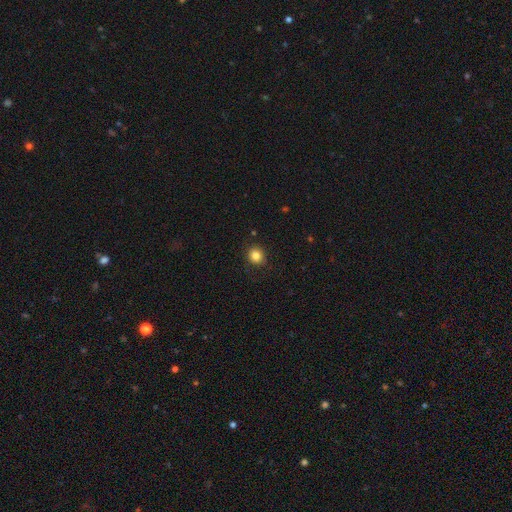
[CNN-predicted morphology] Smooth or featured: smooth — 84% (star or artifact — 11%)
How rounded: round — 86% (in between — 13%)
Merging: none — 90% (minor disturbance — 7%)